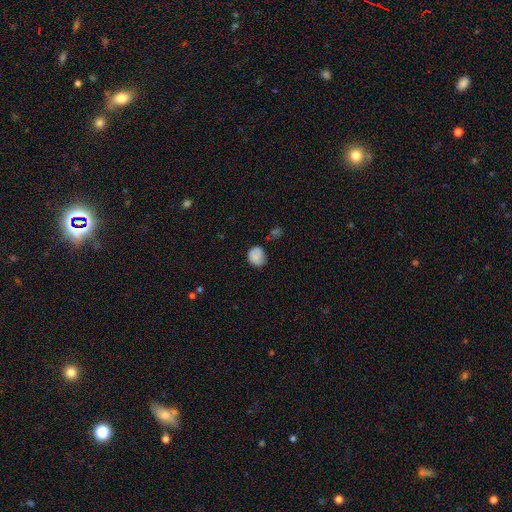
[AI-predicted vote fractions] Morphology: type=smooth (84%); roundness=round (65%); merging=none (61%).